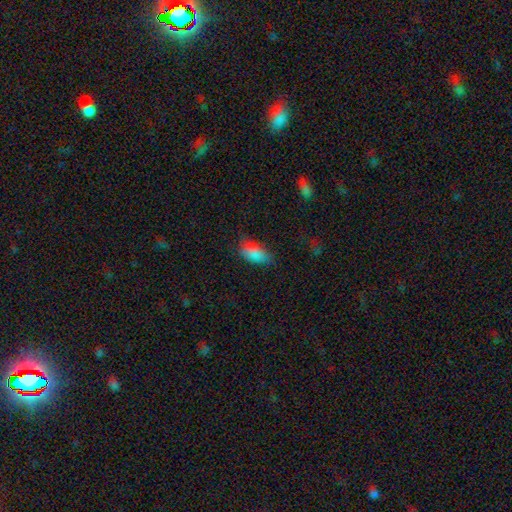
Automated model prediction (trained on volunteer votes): Smooth or featured: smooth — 83% (star or artifact — 9%)
How rounded: in between — 91% (cigar-shaped — 5%)
Merging: none — 59% (minor disturbance — 28%)